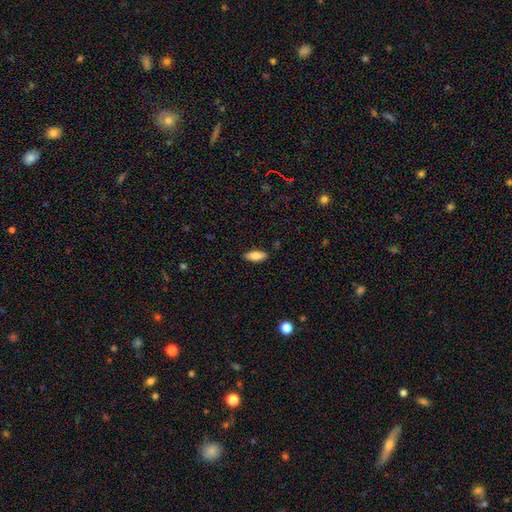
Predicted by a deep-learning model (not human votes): This is likely a smooth galaxy (79%). How rounded: likely in between (76%). Merging: clearly none (87%).